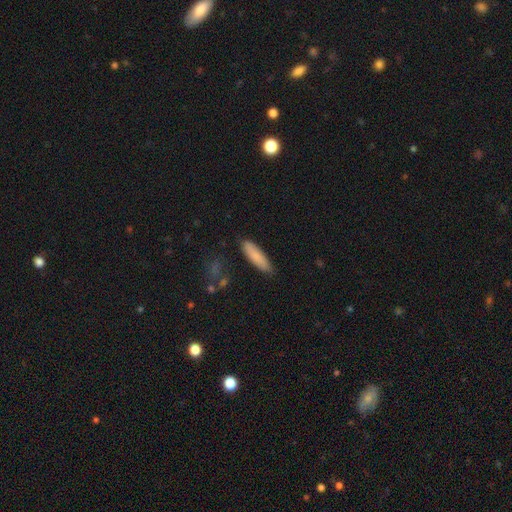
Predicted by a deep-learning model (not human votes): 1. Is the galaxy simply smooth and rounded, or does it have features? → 85% smooth, 9% featured or disk, 6% star or artifact.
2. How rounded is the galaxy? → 67% cigar-shaped, 32% in between, 1% round.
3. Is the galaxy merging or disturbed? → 84% none, 13% minor disturbance, 2% major disturbance, 2% merger.